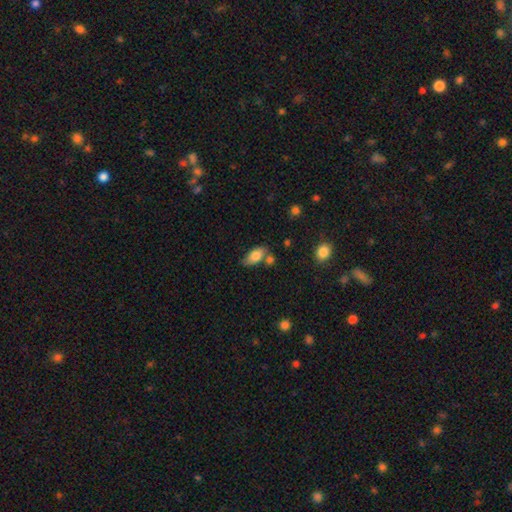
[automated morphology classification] Smooth or featured? Predicted: smooth (p=0.78). How rounded? Predicted: in between (p=0.89). Merging? Predicted: none (p=0.56).